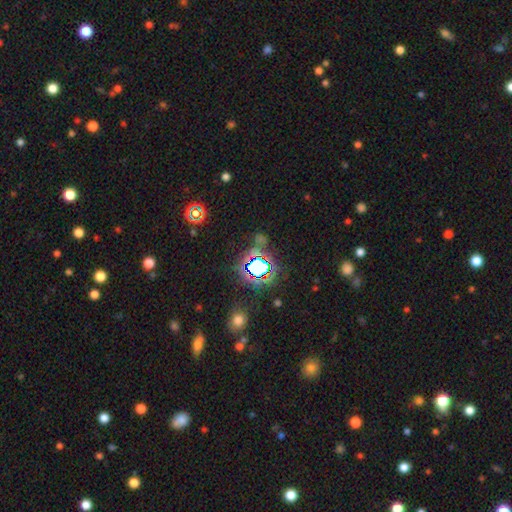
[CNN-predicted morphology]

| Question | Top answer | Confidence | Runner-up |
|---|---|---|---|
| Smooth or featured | star or artifact | 78% | smooth (14%) |